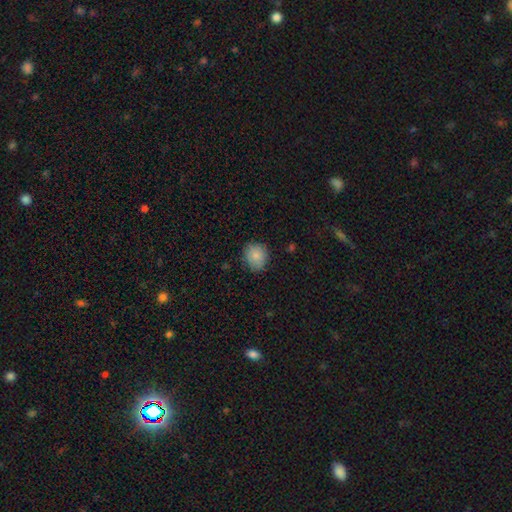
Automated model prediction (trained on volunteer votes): Smooth or featured? smooth (84%)
How rounded? round (76%)
Merging? none (81%)